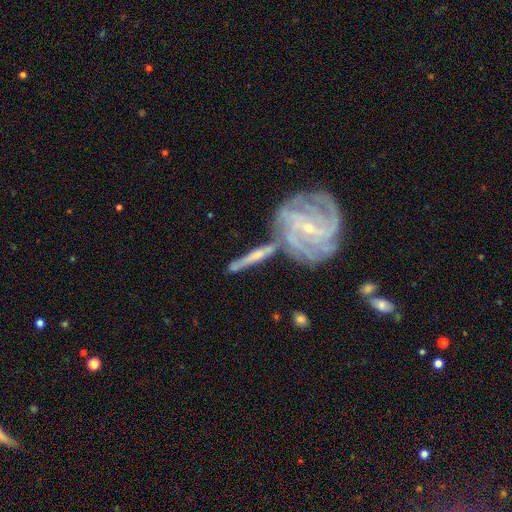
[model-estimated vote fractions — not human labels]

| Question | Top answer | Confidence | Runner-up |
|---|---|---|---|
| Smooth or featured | featured or disk | 78% | smooth (15%) |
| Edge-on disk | no | 67% | yes (33%) |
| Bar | no | 47% | weak (36%) |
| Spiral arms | yes | 90% | no (10%) |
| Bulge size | small | 72% | moderate (20%) |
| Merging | none | 50% | merger (29%) |